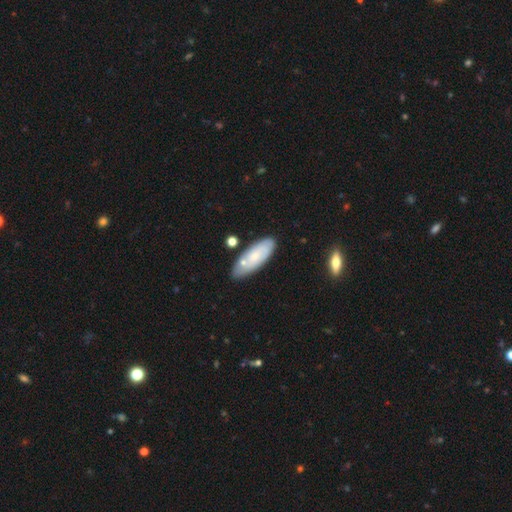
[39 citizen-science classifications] This appears to be a smooth galaxy with no disk features (51%) that is in between round and cigar-shaped (80%). Merging: none (76%).